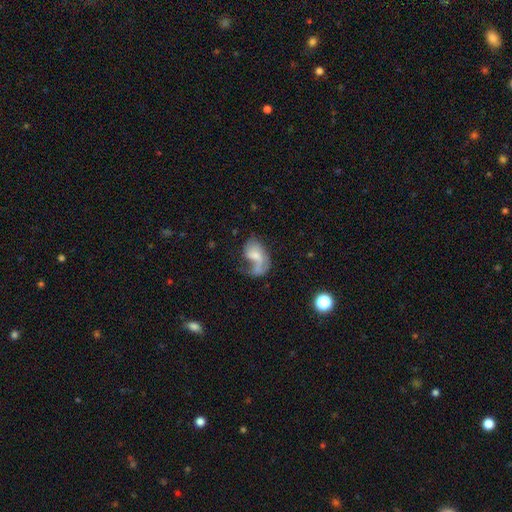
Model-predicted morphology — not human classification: The model was most divided on "bulge size": moderate: 34%, small: 32%, none: 24%, large: 8%, dominant: 2%. Remaining: edge-on disk — no (97%); spiral arms — yes (75%); smooth or featured — featured or disk (57%); bar — no (57%); merging — major disturbance (46%).